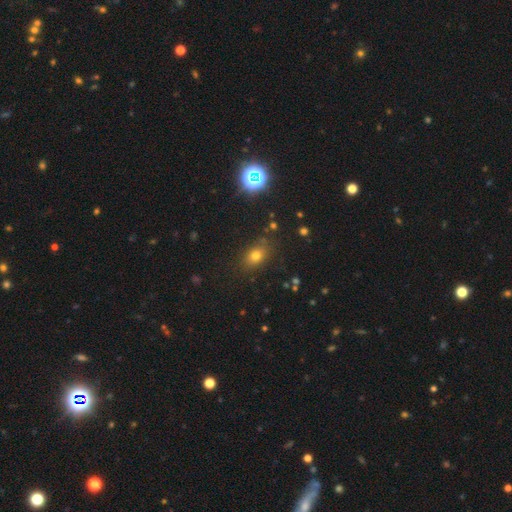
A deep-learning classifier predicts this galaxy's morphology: Smooth or featured: smooth — 68% (star or artifact — 22%)
How rounded: in between — 63% (round — 35%)
Merging: none — 82% (minor disturbance — 12%)